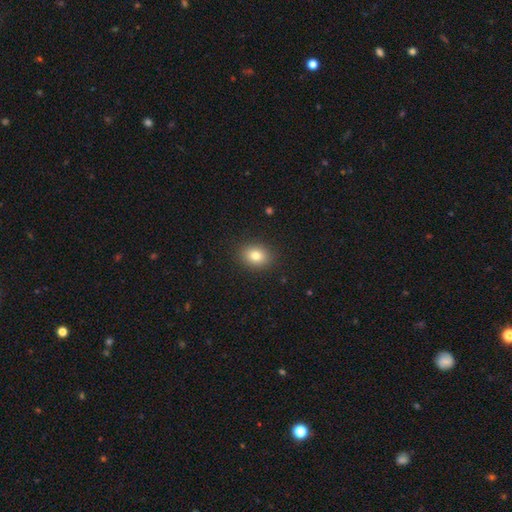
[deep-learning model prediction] smooth_or_featured: smooth (p=0.81) [alt: star or artifact p=0.10]
how_rounded: in between (p=0.55) [alt: round p=0.43]
merging: none (p=0.89) [alt: minor disturbance p=0.08]